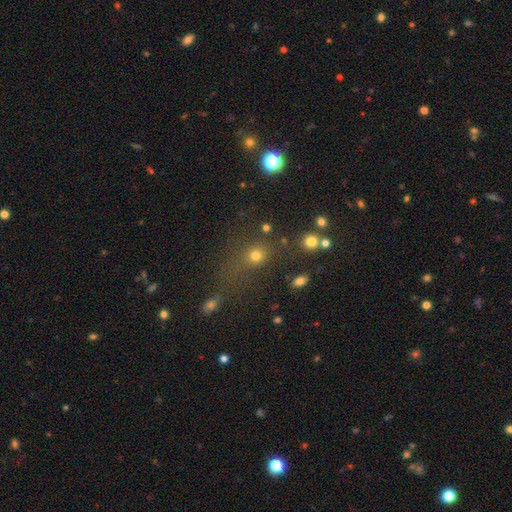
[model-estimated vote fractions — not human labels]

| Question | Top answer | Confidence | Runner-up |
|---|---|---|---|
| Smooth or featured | smooth | 71% | star or artifact (20%) |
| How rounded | round | 75% | in between (23%) |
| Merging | none | 59% | merger (16%) |